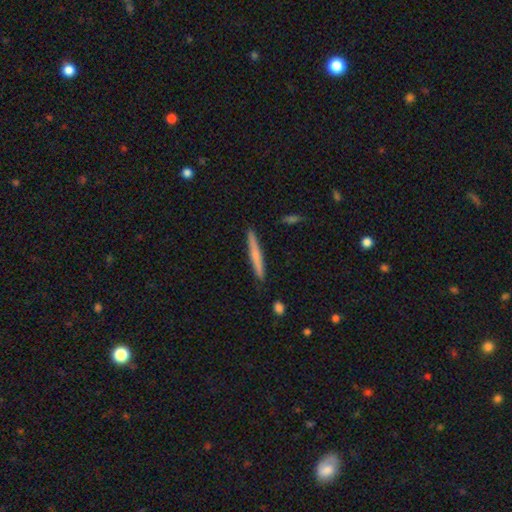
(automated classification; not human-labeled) Smooth or featured: smooth — 60% (featured or disk — 34%)
How rounded: cigar-shaped — 96% (in between — 2%)
Merging: none — 90% (minor disturbance — 7%)